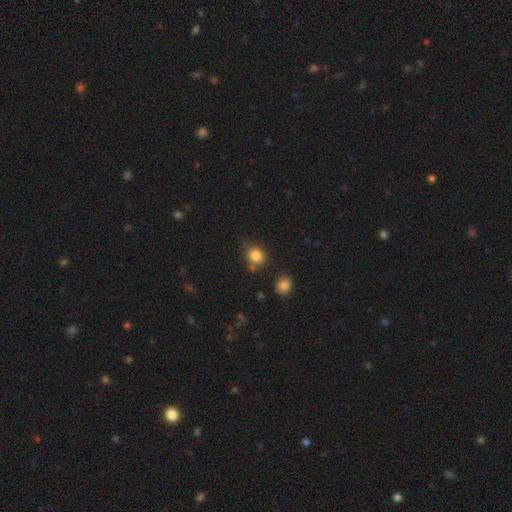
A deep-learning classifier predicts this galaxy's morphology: This appears to be a smooth galaxy with no disk features (83%) that is round (79%). Merging: none (71%).